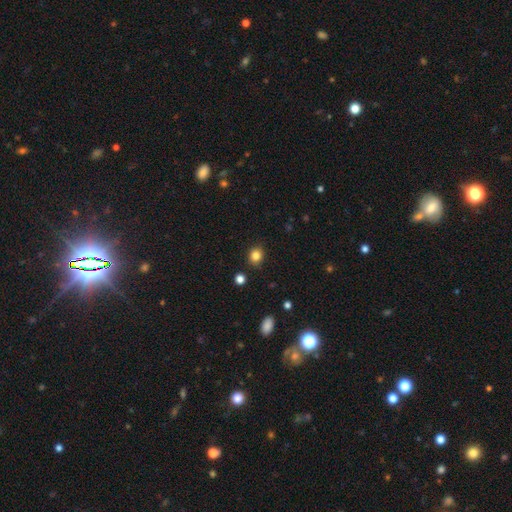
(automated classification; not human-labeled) Smooth or featured? smooth (83%)
How rounded? round (75%)
Merging? none (88%)